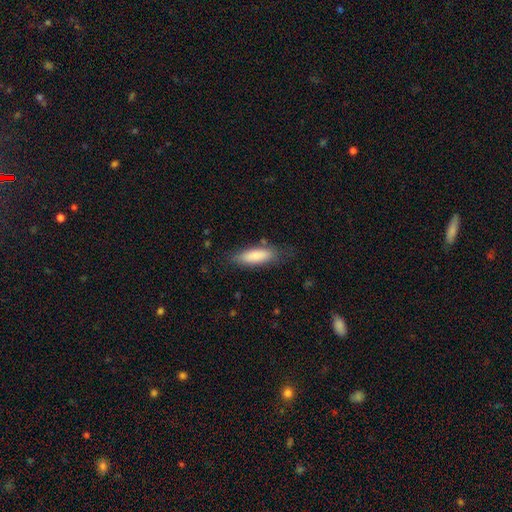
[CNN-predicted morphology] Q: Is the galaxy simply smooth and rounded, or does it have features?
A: smooth — 85%.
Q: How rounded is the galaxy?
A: in between — 59%.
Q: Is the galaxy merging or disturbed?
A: none — 74%.